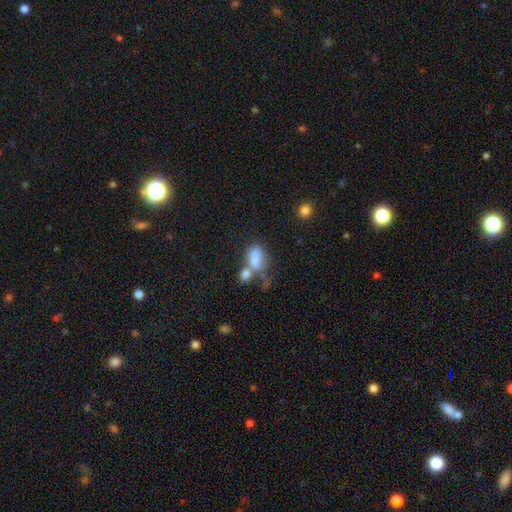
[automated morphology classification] Smooth or featured? smooth (71%)
How rounded? in between (82%)
Merging? merger (49%)